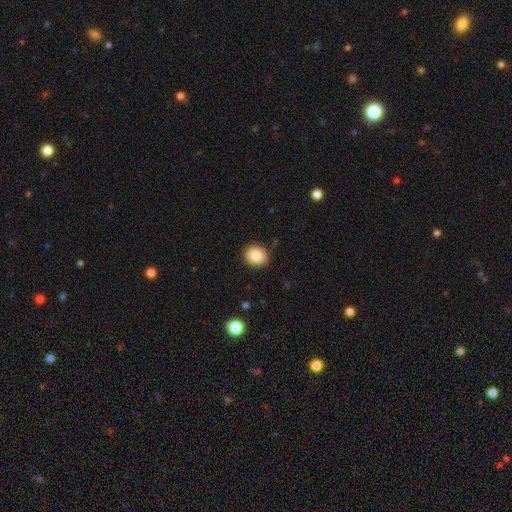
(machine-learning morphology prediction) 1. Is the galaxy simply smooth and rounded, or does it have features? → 88% smooth, 8% star or artifact, 4% featured or disk.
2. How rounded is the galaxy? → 71% round, 29% in between, 1% cigar-shaped.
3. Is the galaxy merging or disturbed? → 86% none, 10% minor disturbance, 3% major disturbance, 1% merger.